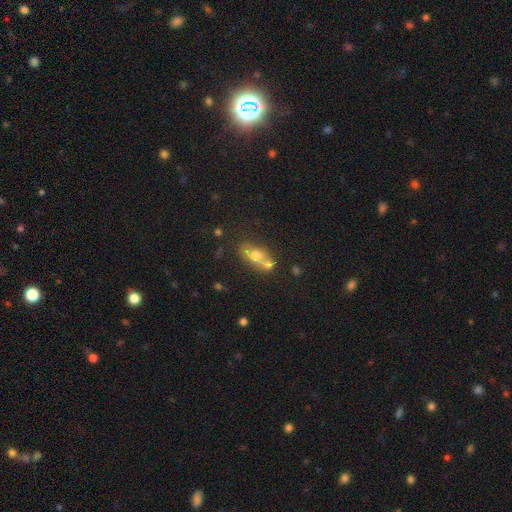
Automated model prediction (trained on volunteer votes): A smooth galaxy with no disk features (62%) that is in between round and cigar-shaped (58%). Merging: merger (46%).